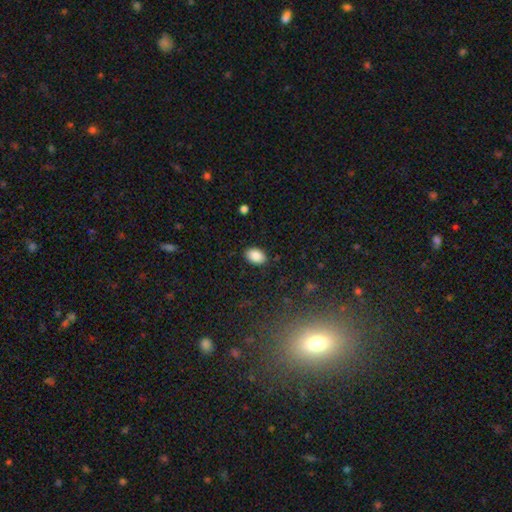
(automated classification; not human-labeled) Smooth or featured? Predicted: smooth (p=0.88). How rounded? Predicted: in between (p=0.86). Merging? Predicted: none (p=0.87).